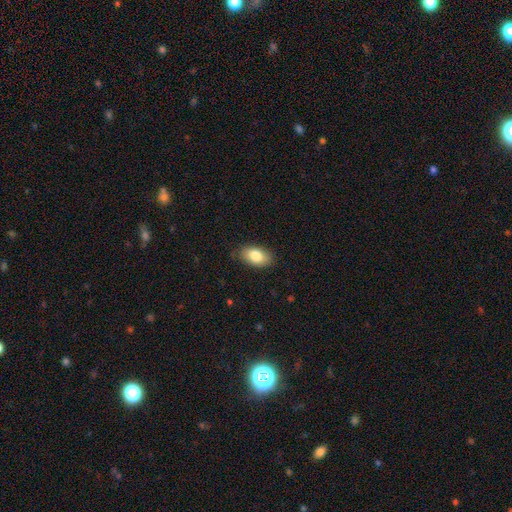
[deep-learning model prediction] Overall: smooth (84%). How rounded: in between (93%). Merging: none (84%).